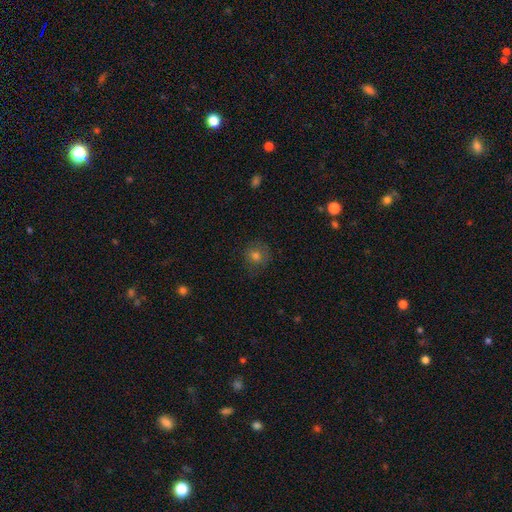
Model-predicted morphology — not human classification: Smooth or featured? Predicted: smooth (p=0.68). How rounded? Predicted: round (p=0.84). Merging? Predicted: none (p=0.77).